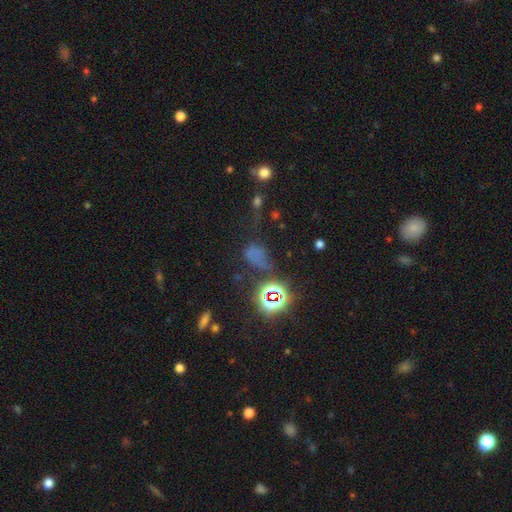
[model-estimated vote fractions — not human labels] Smooth or featured?
  - star or artifact: 48% *
  - smooth: 39%
  - featured or disk: 13%